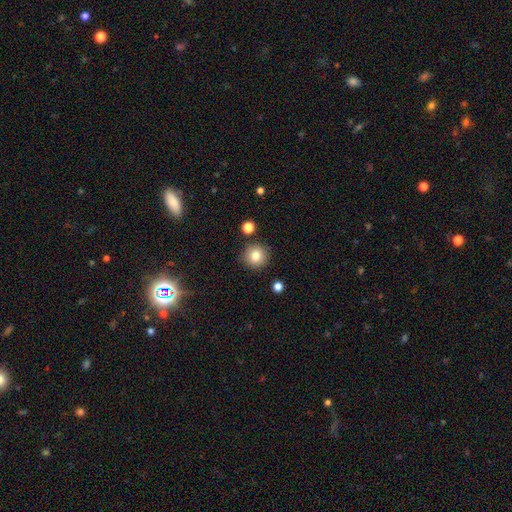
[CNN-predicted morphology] smooth_or_featured: smooth (p=0.81) [alt: star or artifact p=0.11]
how_rounded: round (p=0.94) [alt: in between p=0.05]
merging: none (p=0.87) [alt: minor disturbance p=0.08]